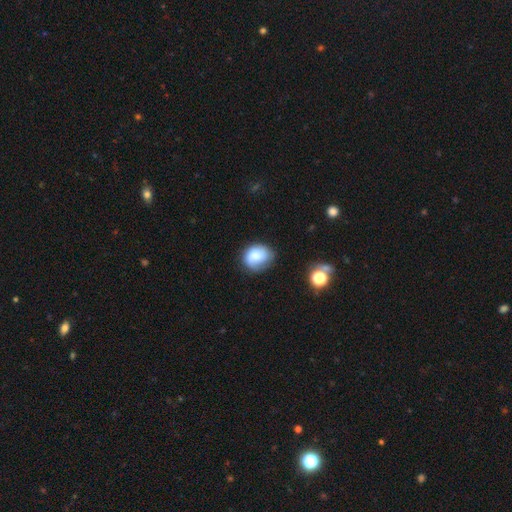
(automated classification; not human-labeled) A smooth galaxy with no disk features (73%) that is round (58%).

Vote fractions:
- Smooth or featured? smooth: 73% / featured or disk: 18% / star or artifact: 9%
- How rounded? round: 58% / in between: 41% / cigar-shaped: 1%
- Merging? none: 60% / minor disturbance: 27% / major disturbance: 10% / merger: 3%